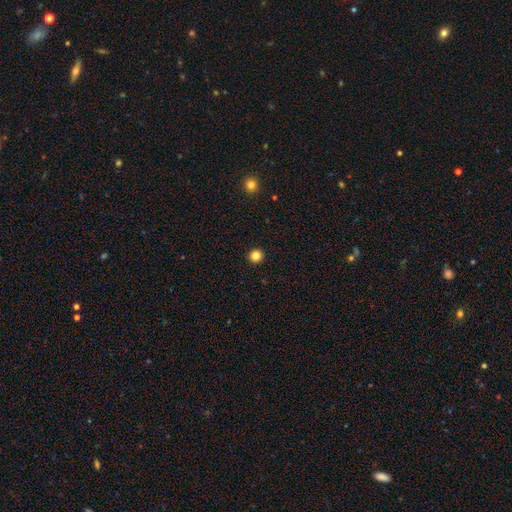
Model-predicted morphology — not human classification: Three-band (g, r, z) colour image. It shows a smooth galaxy with no disk features (83%) that is round (95%). Merging: none (94%).